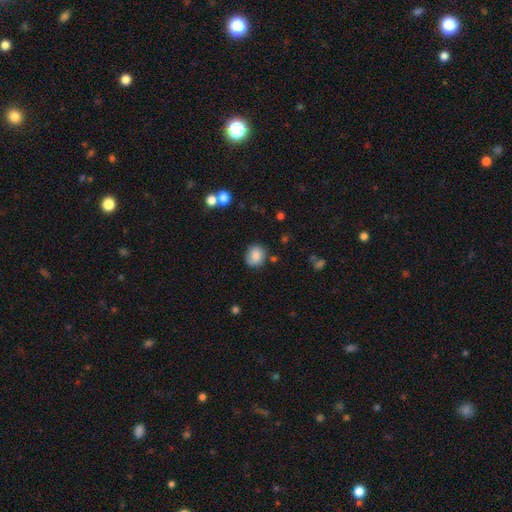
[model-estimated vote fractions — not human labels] Morphology: type=smooth (81%); roundness=round (73%); merging=none (76%).